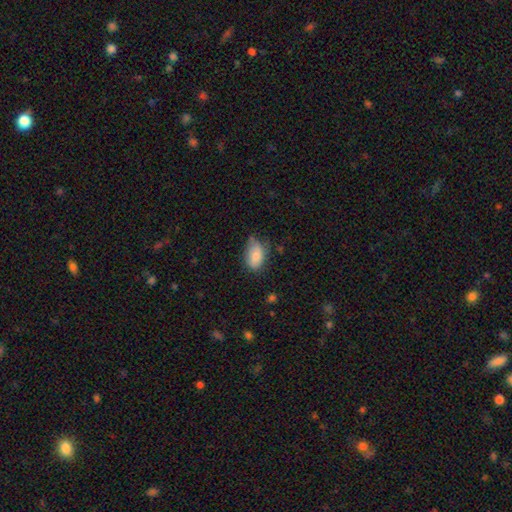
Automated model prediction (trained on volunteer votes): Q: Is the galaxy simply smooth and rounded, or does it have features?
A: smooth — 81%.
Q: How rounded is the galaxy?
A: in between — 91%.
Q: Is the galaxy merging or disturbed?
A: none — 56%.